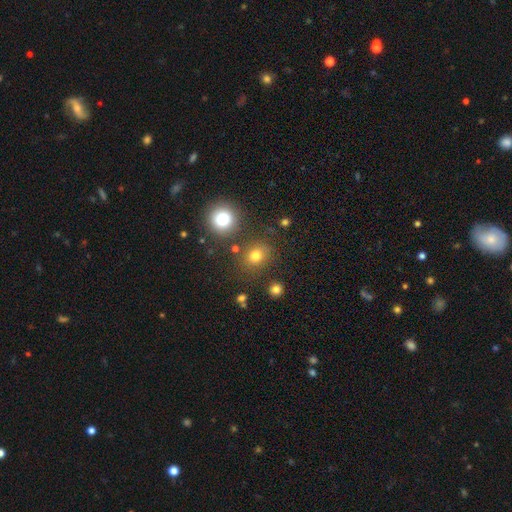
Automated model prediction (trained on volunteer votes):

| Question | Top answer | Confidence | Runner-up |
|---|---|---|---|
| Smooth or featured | smooth | 76% | star or artifact (17%) |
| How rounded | round | 74% | in between (25%) |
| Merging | none | 79% | minor disturbance (10%) |